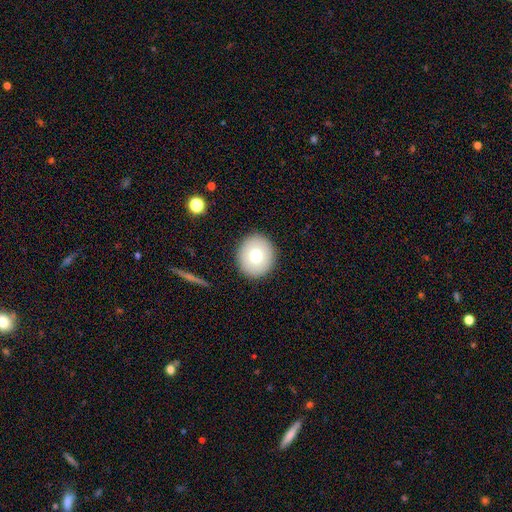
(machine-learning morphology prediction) Smooth or featured?
  - smooth: 75% *
  - featured or disk: 16%
  - star or artifact: 9%
How rounded?
  - round: 87% *
  - in between: 12%
  - cigar-shaped: 1%
Merging?
  - none: 91% *
  - minor disturbance: 6%
  - major disturbance: 2%
  - merger: 1%